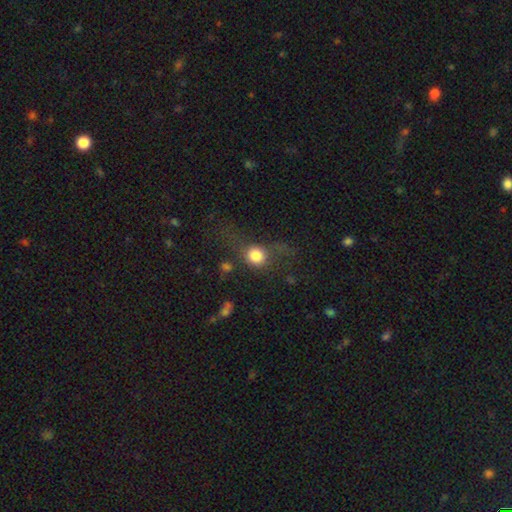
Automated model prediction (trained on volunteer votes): This is likely a smooth galaxy (74%). How rounded: likely round (76%). Merging: possibly none (48%).